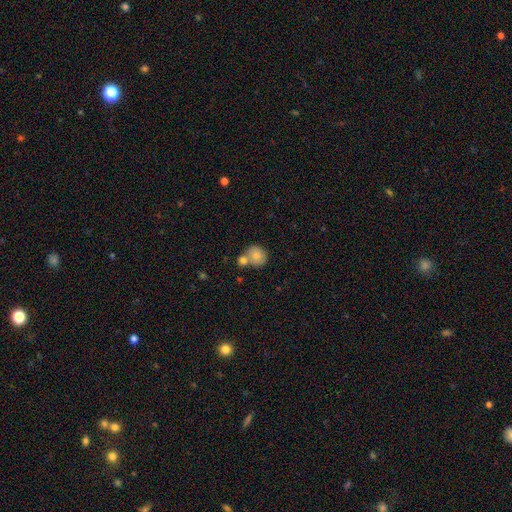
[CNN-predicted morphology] The model was most divided on "merging": none: 47%, merger: 39%, minor disturbance: 11%, major disturbance: 3%. More confident: how rounded — round (82%); smooth or featured — smooth (80%).